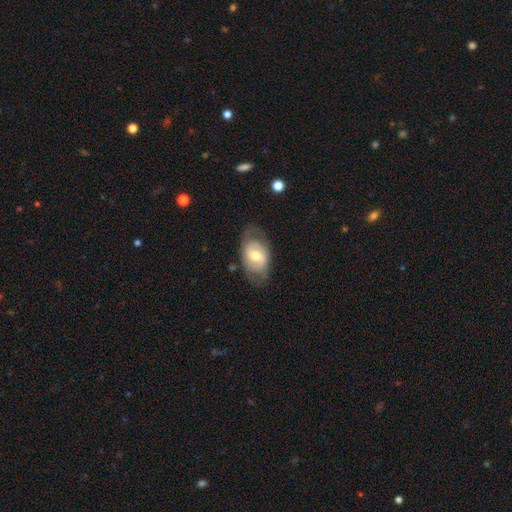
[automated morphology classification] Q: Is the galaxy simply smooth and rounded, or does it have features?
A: featured or disk — 56%.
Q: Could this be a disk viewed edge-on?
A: no — 93%.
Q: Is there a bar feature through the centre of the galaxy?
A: weak — 47%.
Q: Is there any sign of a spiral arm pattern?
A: yes — 59%.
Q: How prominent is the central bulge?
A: moderate — 68%.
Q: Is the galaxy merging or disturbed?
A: none — 68%.